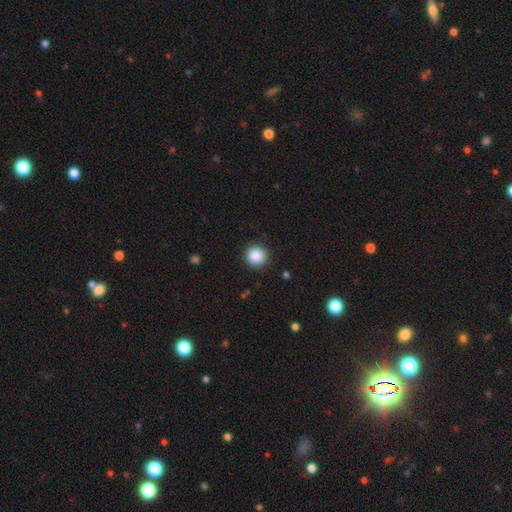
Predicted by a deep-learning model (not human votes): The model was most divided on "smooth or featured": smooth: 87%, star or artifact: 9%, featured or disk: 3%. More confident: how rounded — round (95%); merging — none (91%).